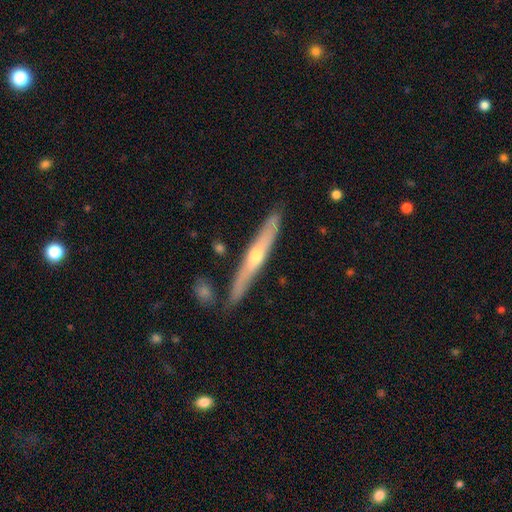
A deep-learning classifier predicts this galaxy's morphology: Smooth or featured? Predicted: featured or disk (p=0.66). Edge-on disk? Predicted: yes (p=0.93). Edge-on bulge? Predicted: rounded (p=0.82). Merging? Predicted: none (p=0.85).